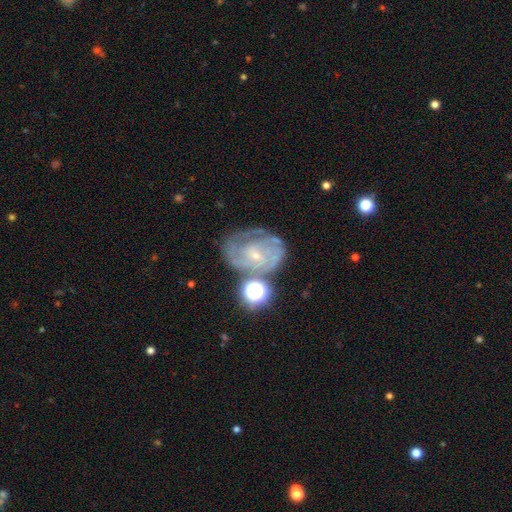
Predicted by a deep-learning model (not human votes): Smooth or featured?
  - featured or disk: 79% *
  - smooth: 11%
  - star or artifact: 9%
Edge-on disk?
  - no: 97% *
  - yes: 3%
Bar?
  - no: 62% *
  - weak: 31%
  - strong: 7%
Spiral arms?
  - yes: 91% *
  - no: 9%
Spiral winding?
  - tight: 61% *
  - medium: 31%
  - loose: 8%
Spiral arm count?
  - can't tell: 37% *
  - 2: 28%
  - 3: 18%
  - 4: 6%
  - 1: 6%
  - more than 4: 5%
Bulge size?
  - small: 79% *
  - moderate: 16%
  - none: 3%
  - large: 1%
  - dominant: 1%
Merging?
  - none: 54% *
  - minor disturbance: 22%
  - major disturbance: 13%
  - merger: 12%